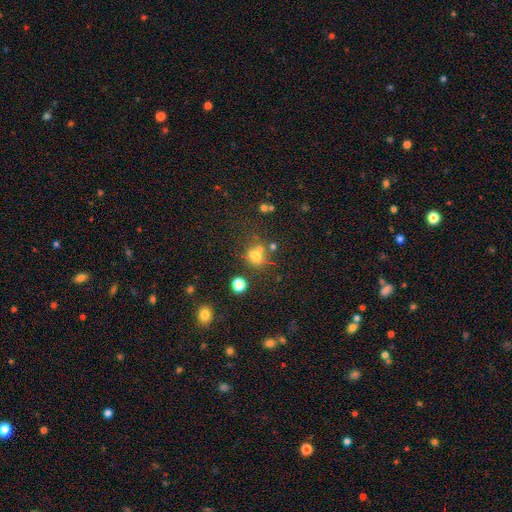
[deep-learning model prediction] Q: Smooth or featured?
A: smooth (62%); runner-up: star or artifact (23%)
Q: How rounded?
A: round (61%); runner-up: in between (37%)
Q: Merging?
A: none (48%); runner-up: merger (29%)